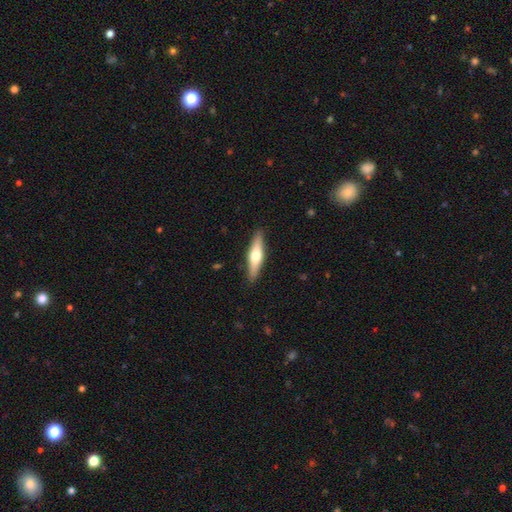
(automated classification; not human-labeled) Overall: featured or disk (47%, tied with smooth). Merging: none (89%).